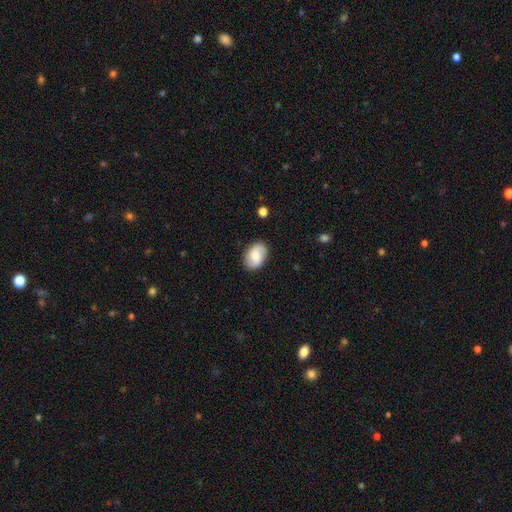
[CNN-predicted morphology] The model was most divided on "smooth or featured": smooth: 68%, featured or disk: 25%, star or artifact: 7%. More confident: how rounded — in between (88%); merging — none (85%).